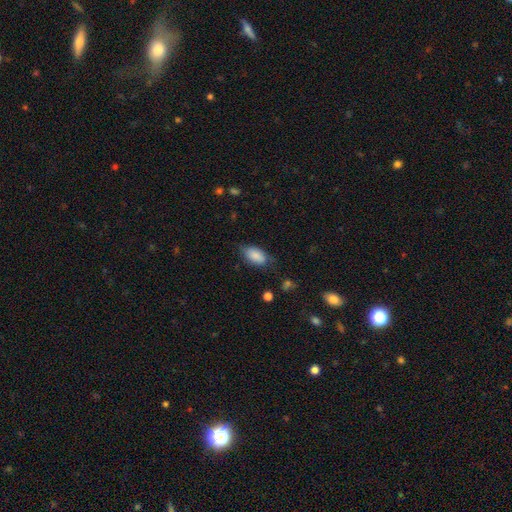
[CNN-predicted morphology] The model was most divided on "merging": none: 64%, minor disturbance: 27%, major disturbance: 7%, merger: 2%. More confident: how rounded — in between (93%); smooth or featured — smooth (85%).